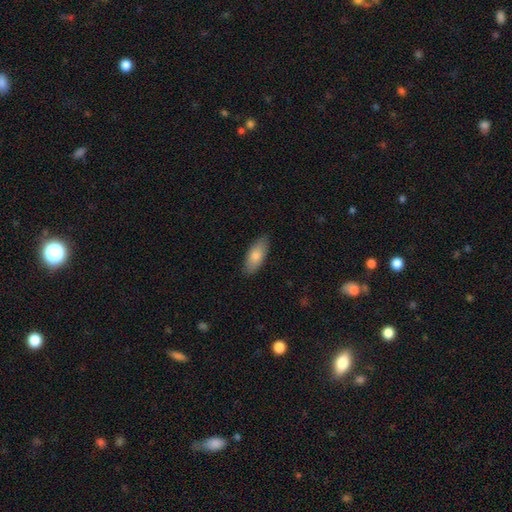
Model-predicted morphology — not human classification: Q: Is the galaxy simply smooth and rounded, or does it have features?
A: smooth — 80%.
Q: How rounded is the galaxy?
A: in between — 83%.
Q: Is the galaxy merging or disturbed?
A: none — 86%.